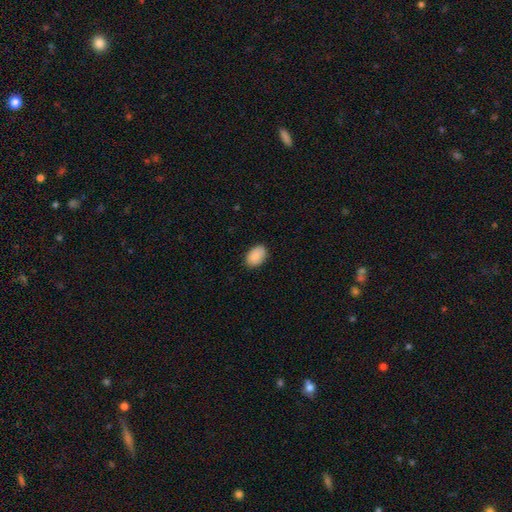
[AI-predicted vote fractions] smooth_or_featured: smooth (p=0.90) [alt: star or artifact p=0.06]
how_rounded: in between (p=0.90) [alt: round p=0.08]
merging: none (p=0.87) [alt: minor disturbance p=0.10]